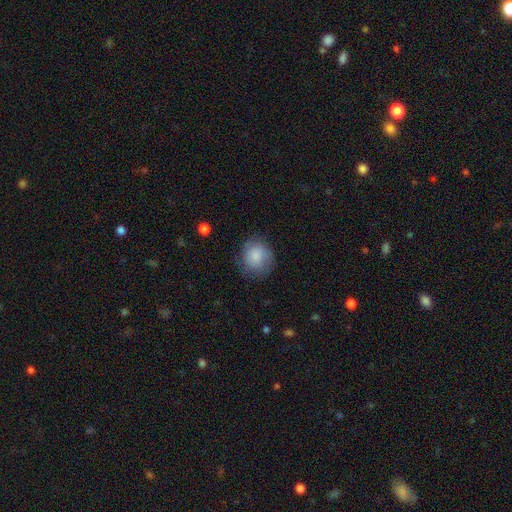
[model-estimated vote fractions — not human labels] smooth_or_featured: smooth (p=0.80) [alt: featured or disk p=0.13]
how_rounded: round (p=0.81) [alt: in between p=0.18]
merging: none (p=0.72) [alt: minor disturbance p=0.20]